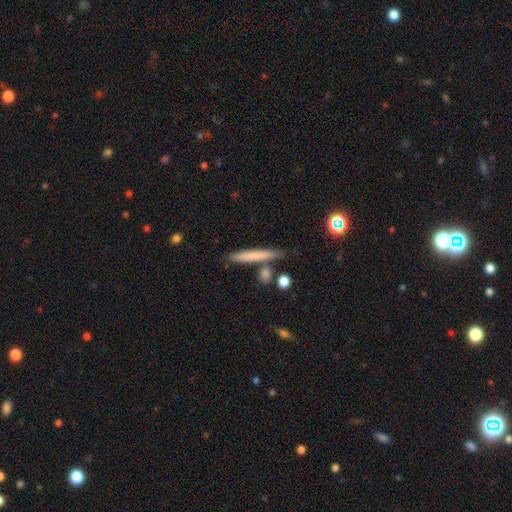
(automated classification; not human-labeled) Smooth or featured? Predicted: smooth (p=0.73). How rounded? Predicted: cigar-shaped (p=0.93). Merging? Predicted: none (p=0.77).